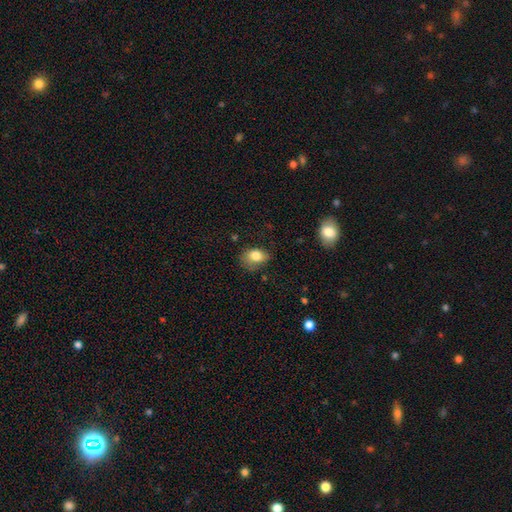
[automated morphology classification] smooth-or-featured: smooth: 80% | featured or disk: 10% | star or artifact: 9%
  how-rounded: in between: 69% | round: 30% | cigar-shaped: 1%
  merging: none: 51% | minor disturbance: 34% | major disturbance: 12% | merger: 2%